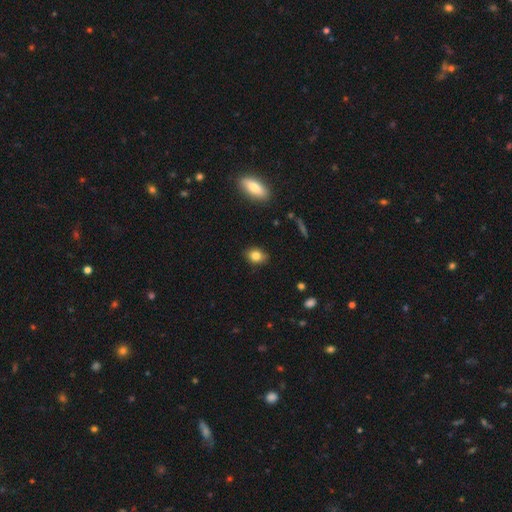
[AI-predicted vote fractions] Smooth or featured: smooth — 83% (star or artifact — 9%)
How rounded: in between — 59% (round — 40%)
Merging: none — 83% (minor disturbance — 14%)